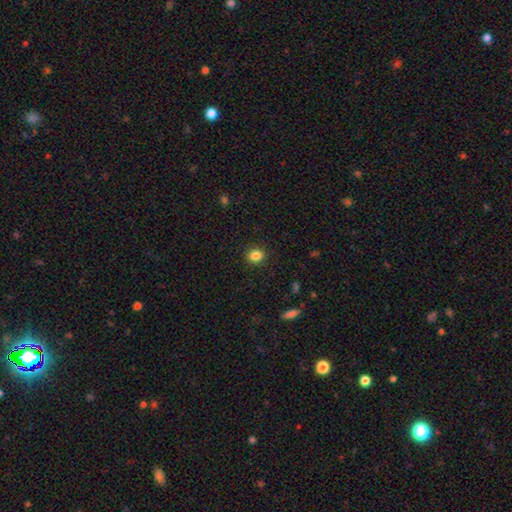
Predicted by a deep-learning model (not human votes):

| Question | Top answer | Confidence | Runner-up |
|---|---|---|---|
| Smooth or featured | smooth | 84% | star or artifact (11%) |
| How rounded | round | 66% | in between (33%) |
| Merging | none | 90% | minor disturbance (7%) |